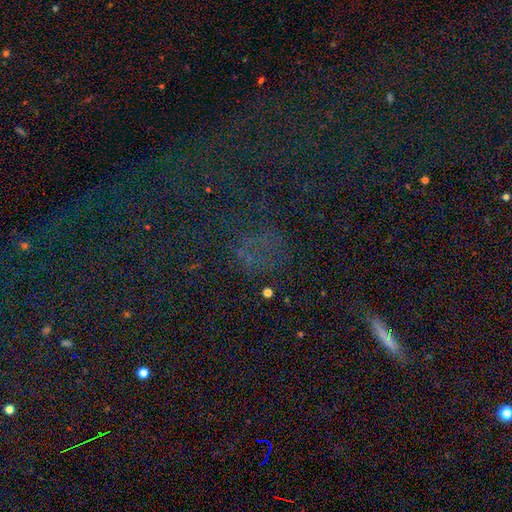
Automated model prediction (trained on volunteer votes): Smooth or featured? Predicted: star or artifact (p=0.63).